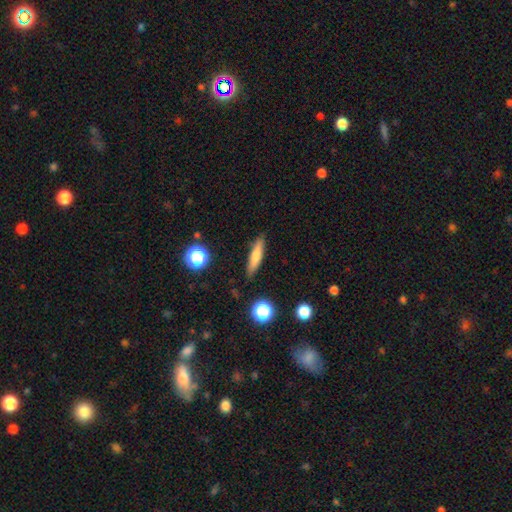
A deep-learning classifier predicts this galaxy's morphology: A smooth galaxy with no disk features (65%) that is cigar-shaped (81%).

Vote fractions:
- Smooth or featured? smooth: 65% / featured or disk: 26% / star or artifact: 9%
- How rounded? cigar-shaped: 81% / in between: 16% / round: 3%
- Merging? none: 87% / minor disturbance: 9% / major disturbance: 2% / merger: 1%